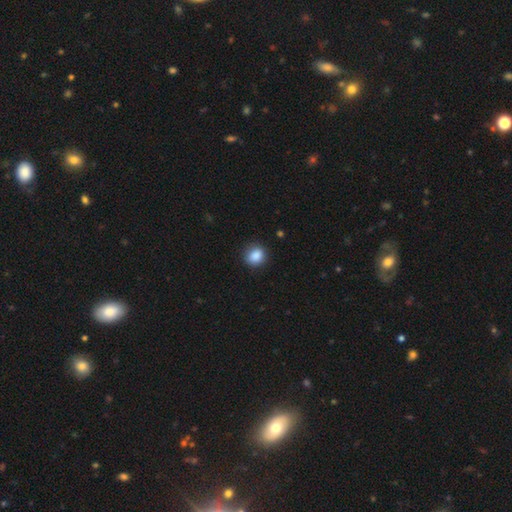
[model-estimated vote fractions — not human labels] This is clearly a smooth galaxy (87%). How rounded: likely round (73%). Merging: clearly none (85%).